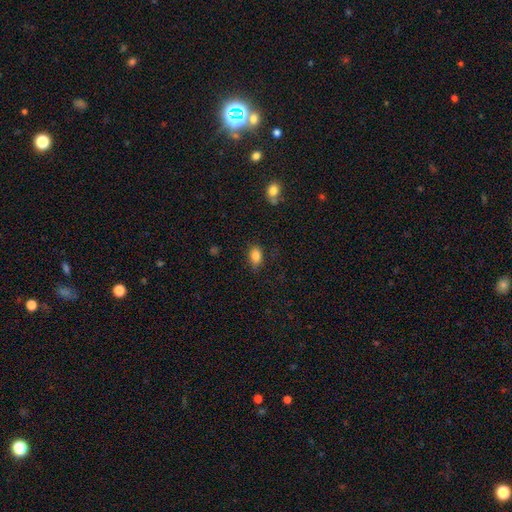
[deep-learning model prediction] The model was most divided on "merging": none: 78%, minor disturbance: 17%, major disturbance: 4%, merger: 2%. More confident: smooth or featured — smooth (84%); how rounded — in between (82%).